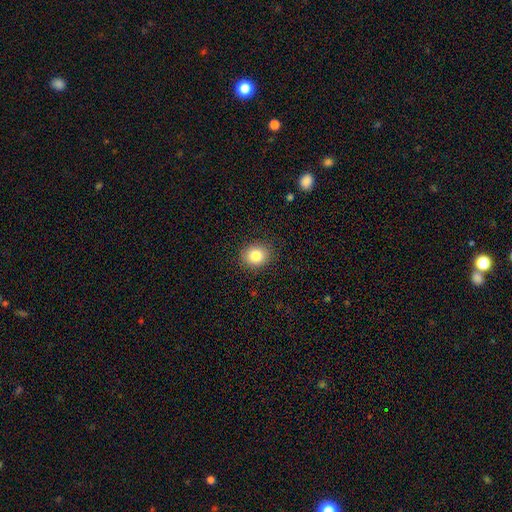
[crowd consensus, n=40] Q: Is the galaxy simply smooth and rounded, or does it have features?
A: smooth — 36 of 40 (90%).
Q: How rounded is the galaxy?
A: round — 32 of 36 (89%).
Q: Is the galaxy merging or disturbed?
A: none — 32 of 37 (86%).